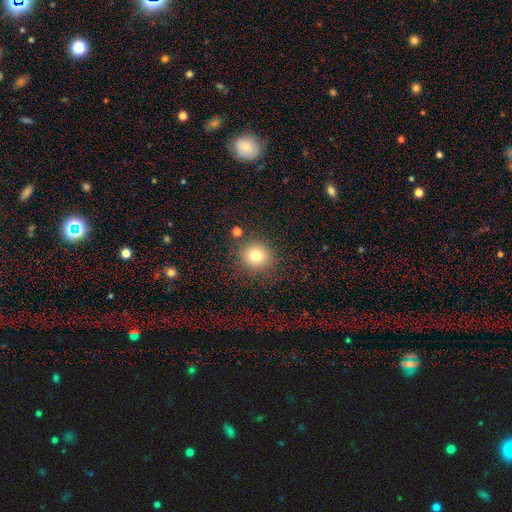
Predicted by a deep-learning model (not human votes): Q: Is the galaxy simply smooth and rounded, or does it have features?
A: smooth — 78%.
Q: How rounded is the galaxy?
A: round — 90%.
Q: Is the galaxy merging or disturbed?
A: none — 84%.